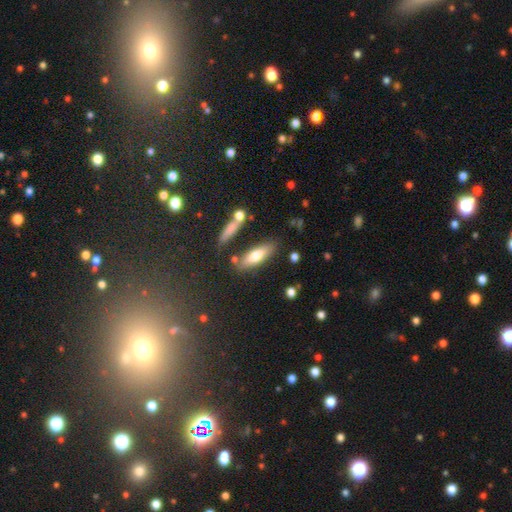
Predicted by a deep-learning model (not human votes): Smooth or featured? Predicted: smooth (p=0.69). How rounded? Predicted: in between (p=0.52). Merging? Predicted: none (p=0.74).